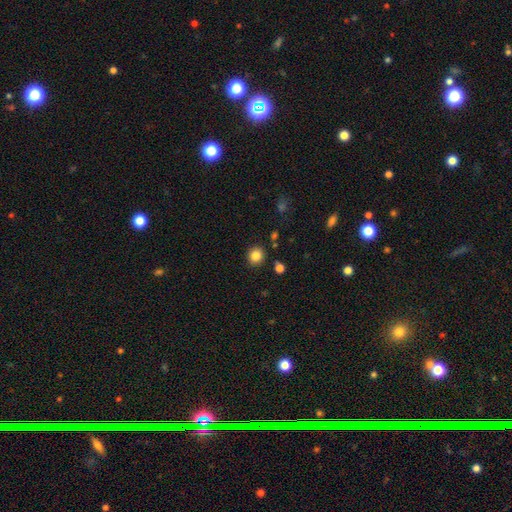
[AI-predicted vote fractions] Smooth or featured? smooth (84%)
How rounded? round (89%)
Merging? none (89%)